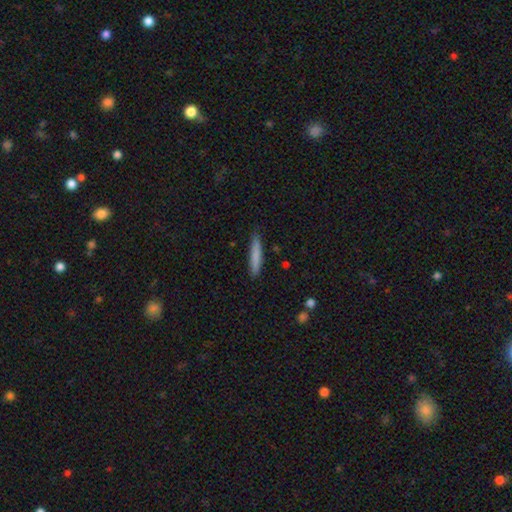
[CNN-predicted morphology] Smooth or featured: smooth — 79% (featured or disk — 15%)
How rounded: cigar-shaped — 92% (in between — 6%)
Merging: none — 85% (minor disturbance — 12%)